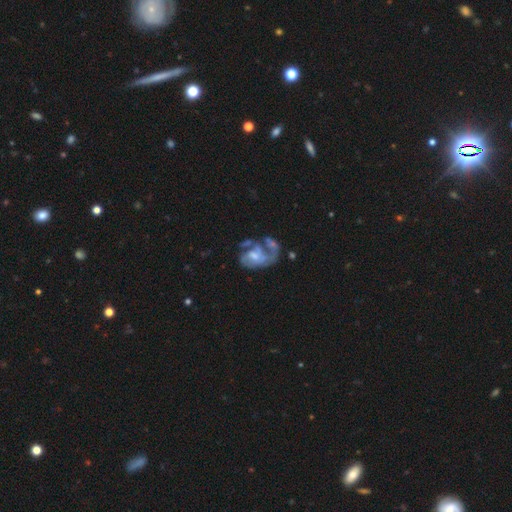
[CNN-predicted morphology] Q: Smooth or featured?
A: featured or disk (73%); runner-up: smooth (19%)
Q: Edge-on disk?
A: no (98%); runner-up: yes (2%)
Q: Bar?
A: no (61%); runner-up: weak (32%)
Q: Spiral arms?
A: yes (72%); runner-up: no (28%)
Q: Spiral winding?
A: medium (41%); runner-up: loose (32%)
Q: Spiral arm count?
A: can't tell (29%); tied with: 2 (29%)
Q: Bulge size?
A: moderate (41%); runner-up: small (32%)
Q: Merging?
A: major disturbance (39%); runner-up: none (25%)